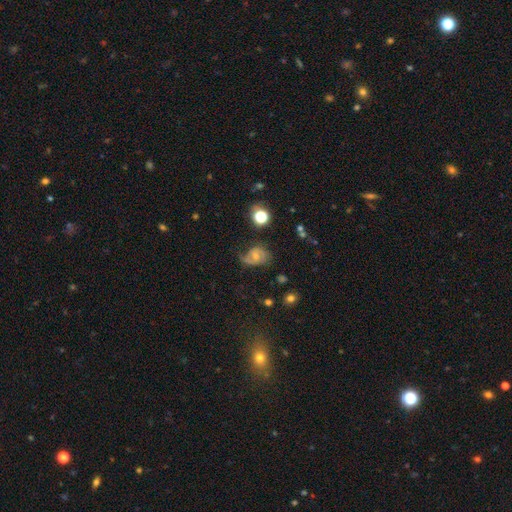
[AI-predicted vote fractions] smooth-or-featured: featured or disk: 62% | smooth: 25% | star or artifact: 13%
  disk-edge-on: no: 97% | yes: 3%
    bar: no: 60% | weak: 33% | strong: 7%
    has-spiral-arms: yes: 87% | no: 13%
      spiral-winding: medium: 43% | loose: 31% | tight: 26%
      spiral-arm-count: 2: 58% | 1: 25% | can't tell: 13% | 3: 2% | 4: 1% | more than 4: 1%
    bulge-size: moderate: 46% (tied) | small: 46% (tied) | none: 5% | large: 3% | dominant: 1%
  merging: none: 48% | minor disturbance: 28% | major disturbance: 21% | merger: 3%